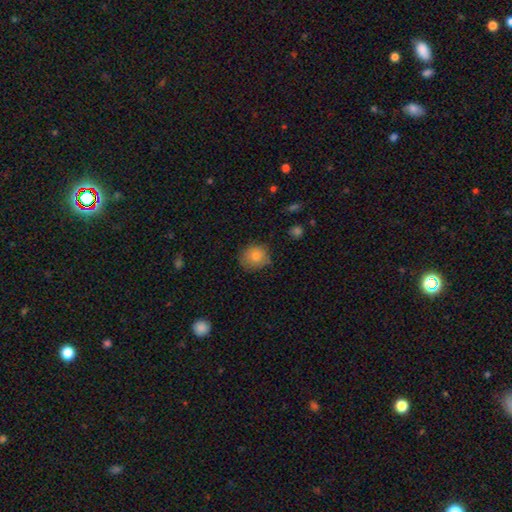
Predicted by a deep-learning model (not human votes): A smooth galaxy with no disk features (79%) that is round (79%).

Vote fractions:
- Smooth or featured? smooth: 79% / featured or disk: 11% / star or artifact: 10%
- How rounded? round: 79% / in between: 20% / cigar-shaped: 1%
- Merging? none: 75% / minor disturbance: 20% / major disturbance: 4% / merger: 1%